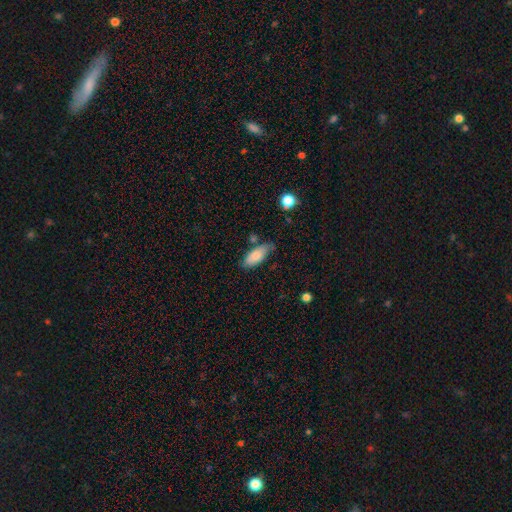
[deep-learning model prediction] This is clearly a smooth galaxy (80%). How rounded: clearly in between (81%). Merging: likely none (68%).